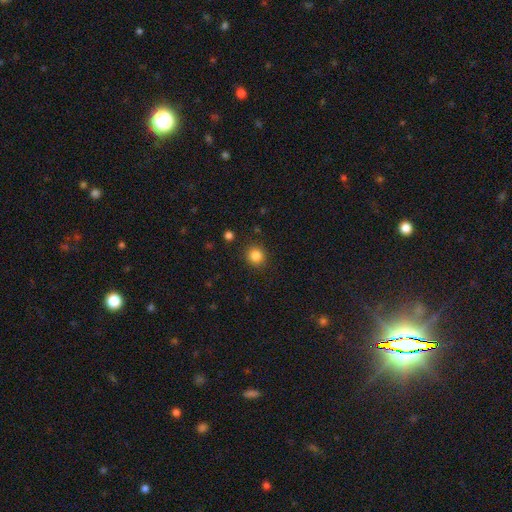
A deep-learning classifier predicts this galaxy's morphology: Smooth or featured: smooth — 84% (star or artifact — 11%)
How rounded: round — 91% (in between — 8%)
Merging: none — 90% (minor disturbance — 6%)